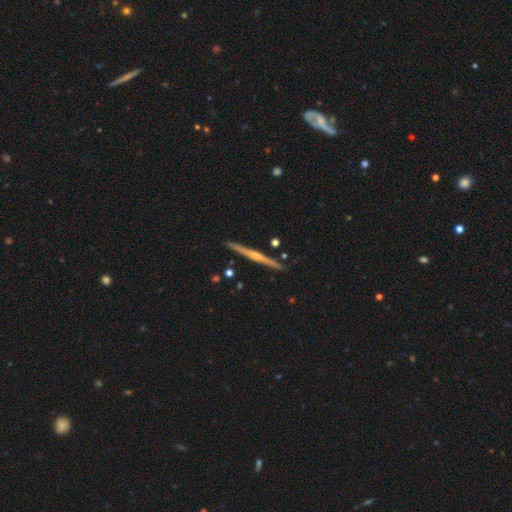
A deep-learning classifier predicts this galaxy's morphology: smooth-or-featured: featured or disk: 71% | smooth: 23% | star or artifact: 5%
  disk-edge-on: yes: 98% | no: 2%
    edge-on-bulge: rounded: 60% | none: 32% | boxy: 8%
  merging: none: 91% | minor disturbance: 6% | merger: 2% | major disturbance: 1%